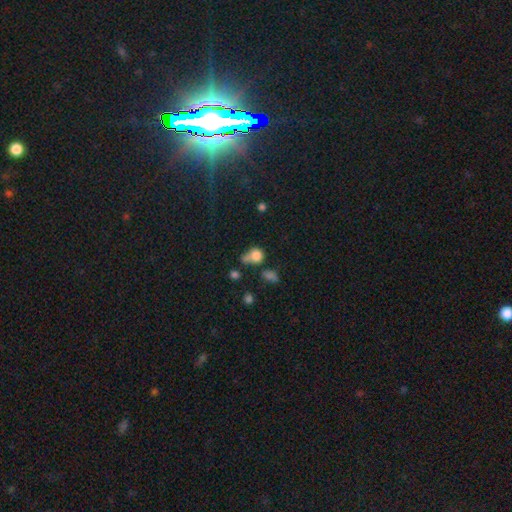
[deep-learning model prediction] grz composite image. It shows a smooth galaxy with no disk features (77%) that is round (64%). Merging: none (34%).